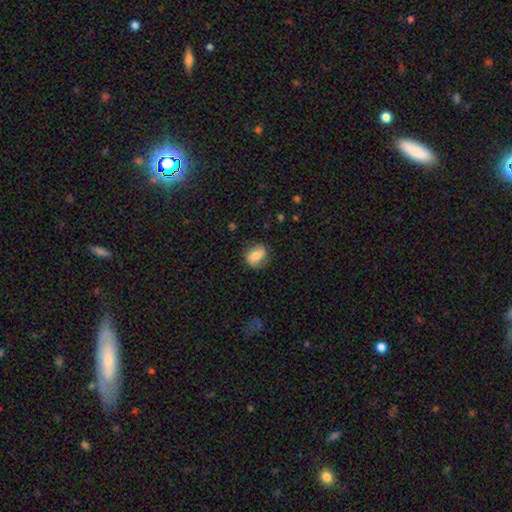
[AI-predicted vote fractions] A smooth galaxy with no disk features (49%).

Vote fractions:
- Smooth or featured? smooth: 49% / featured or disk: 43% / star or artifact: 8%
- Merging? none: 76% / minor disturbance: 17% / major disturbance: 6% / merger: 1%